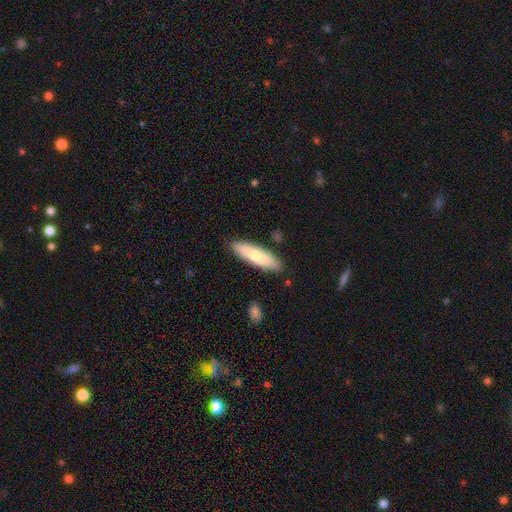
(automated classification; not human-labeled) This is likely a smooth galaxy (69%). How rounded: possibly cigar-shaped (59%). Merging: clearly none (86%).